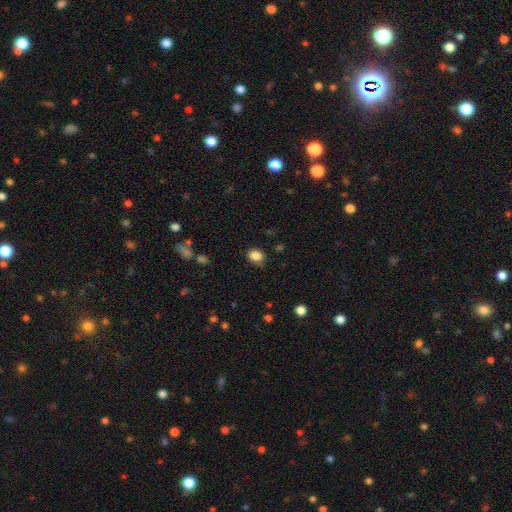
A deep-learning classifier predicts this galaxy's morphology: smooth_or_featured: smooth (p=0.86) [alt: star or artifact p=0.10]
how_rounded: round (p=0.59) [alt: in between p=0.40]
merging: none (p=0.81) [alt: minor disturbance p=0.14]